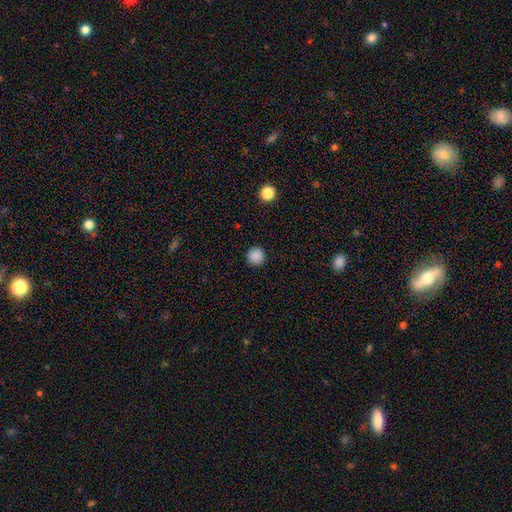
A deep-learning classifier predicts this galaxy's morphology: This is clearly a smooth galaxy (88%). How rounded: clearly round (95%). Merging: clearly none (92%).